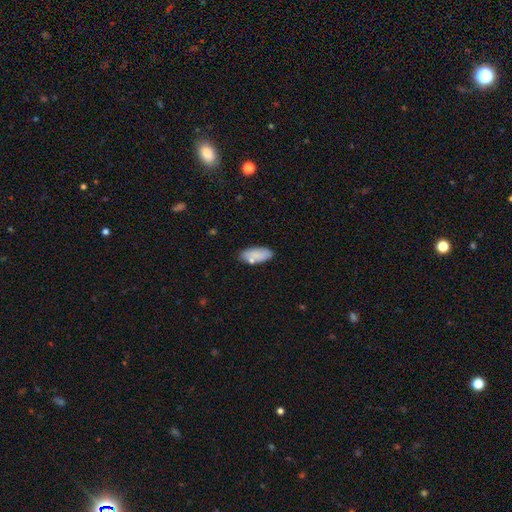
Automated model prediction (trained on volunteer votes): This appears to be a smooth galaxy with no disk features (82%) that is in between round and cigar-shaped (89%). Merging: none (75%).